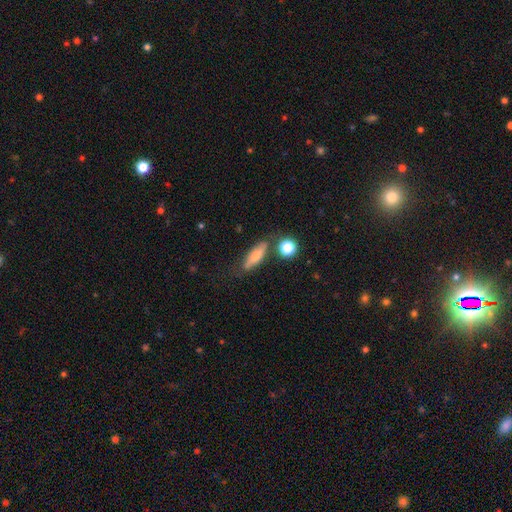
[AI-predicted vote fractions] Overall: smooth (64%; featured or disk 27%). How rounded: cigar-shaped (51%; in between 43%). Merging: none (67%).